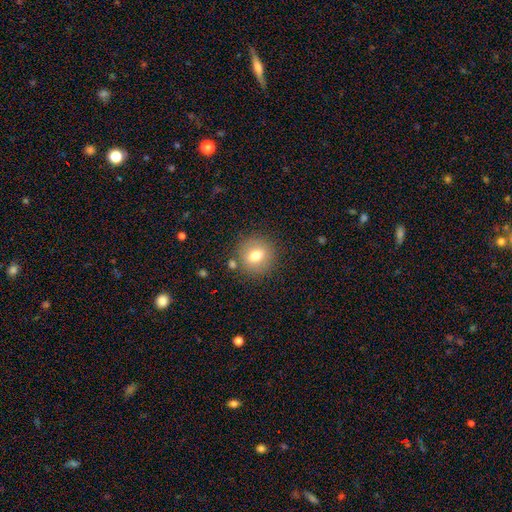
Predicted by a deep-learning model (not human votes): Smooth or featured?
  - smooth: 73% *
  - featured or disk: 17%
  - star or artifact: 10%
How rounded?
  - round: 88% *
  - in between: 11%
  - cigar-shaped: 1%
Merging?
  - none: 82% *
  - minor disturbance: 10%
  - merger: 5%
  - major disturbance: 3%